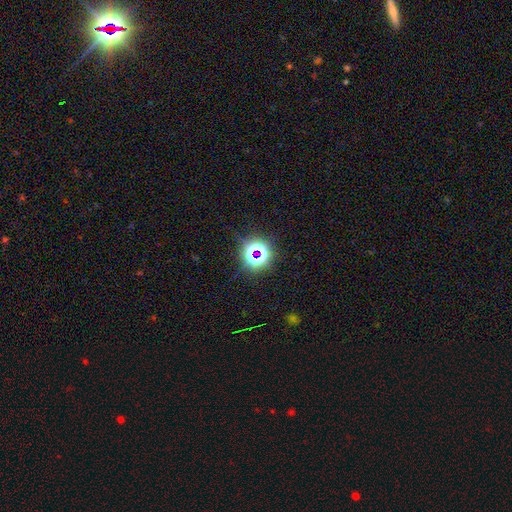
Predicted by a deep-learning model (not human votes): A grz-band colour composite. It shows a star or artifact, not a galaxy (70%).